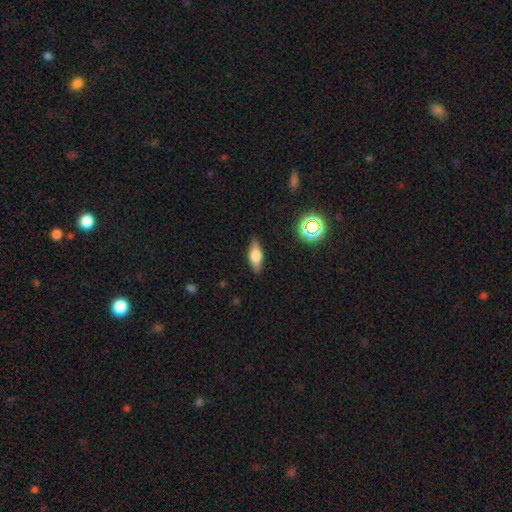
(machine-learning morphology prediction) A smooth galaxy with no disk features (59%) that is in between round and cigar-shaped (72%).

Vote fractions:
- Smooth or featured? smooth: 59% / featured or disk: 31% / star or artifact: 10%
- How rounded? in between: 72% / cigar-shaped: 23% / round: 5%
- Merging? none: 86% / minor disturbance: 11% / major disturbance: 2% / merger: 1%